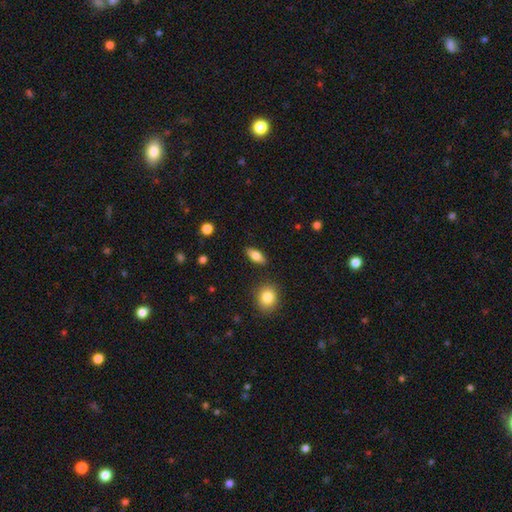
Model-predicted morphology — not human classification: Smooth or featured?
  - smooth: 73% *
  - featured or disk: 20%
  - star or artifact: 7%
How rounded?
  - in between: 79% *
  - cigar-shaped: 17%
  - round: 4%
Merging?
  - none: 87% *
  - minor disturbance: 8%
  - major disturbance: 2%
  - merger: 2%